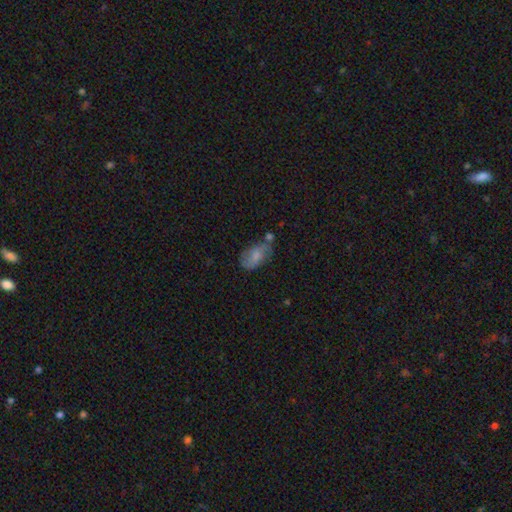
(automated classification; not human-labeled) This is likely a smooth galaxy (64%). How rounded: clearly in between (91%). Merging: possibly none (50%).